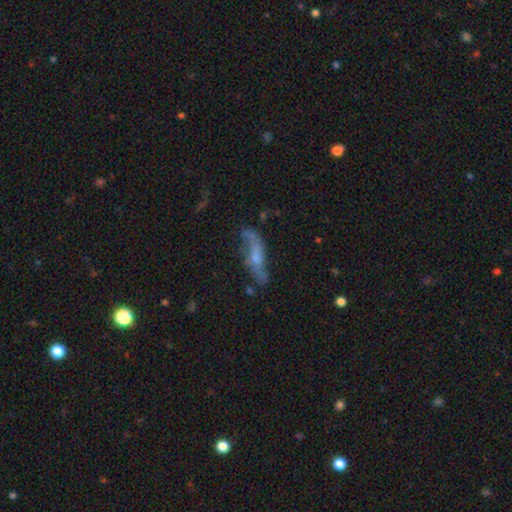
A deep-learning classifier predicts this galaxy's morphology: Smooth or featured? featured or disk (63%)
Edge-on disk? no (67%)
Merging? none (58%)